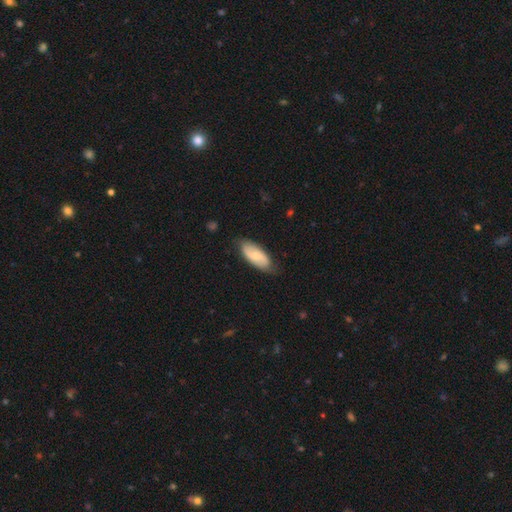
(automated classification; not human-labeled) Smooth or featured: smooth — 60% (featured or disk — 34%)
How rounded: in between — 87% (cigar-shaped — 11%)
Merging: none — 76% (minor disturbance — 20%)